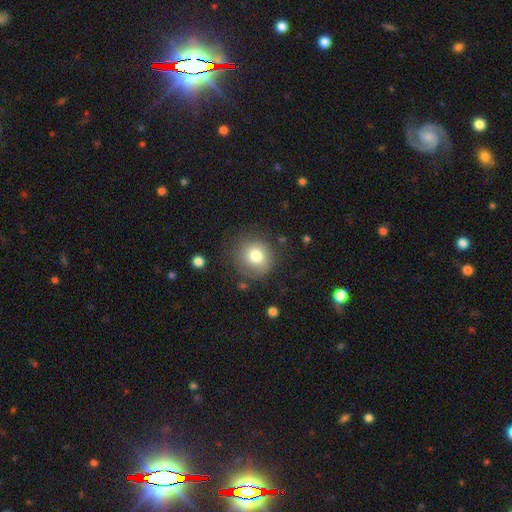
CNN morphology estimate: Smooth or featured? smooth (77%)
How rounded? round (90%)
Merging? none (76%)